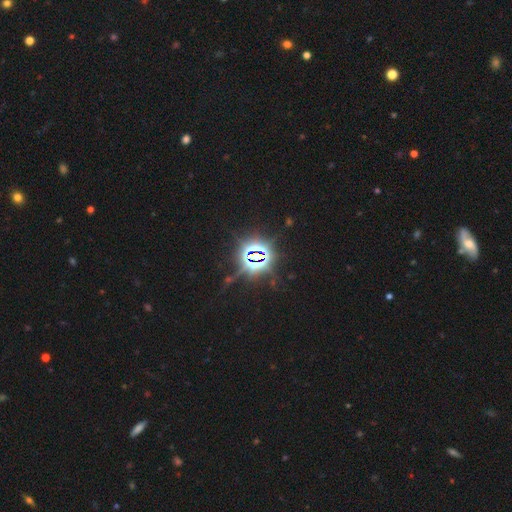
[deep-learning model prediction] This appears to be a star or artifact, not a galaxy (84%).